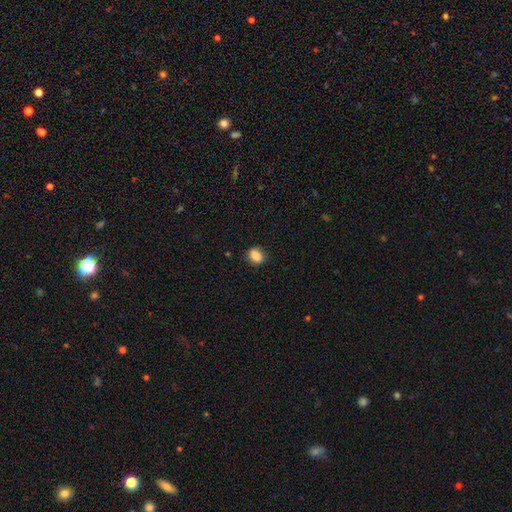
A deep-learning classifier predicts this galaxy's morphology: smooth-or-featured: smooth: 85% | star or artifact: 9% | featured or disk: 6%
  how-rounded: in between: 55% | round: 44% | cigar-shaped: 1%
  merging: none: 85% | minor disturbance: 11% | major disturbance: 2% | merger: 1%